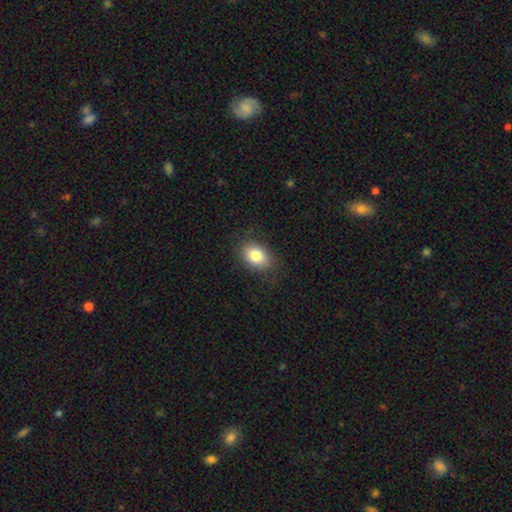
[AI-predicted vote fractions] The model was most divided on "how rounded": in between: 74%, round: 24%, cigar-shaped: 1%. More confident: merging — none (83%); smooth or featured — smooth (82%).